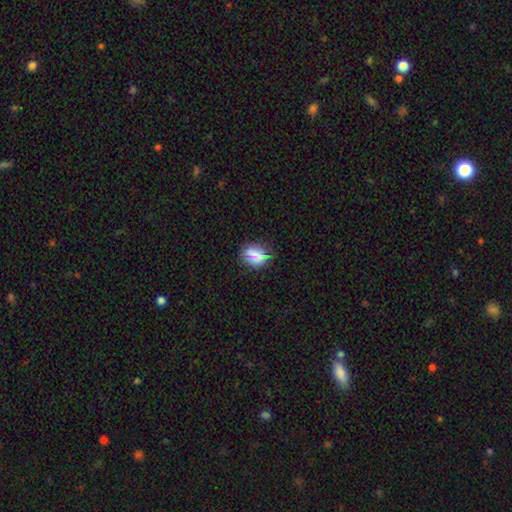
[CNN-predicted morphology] smooth 63%, featured or disk 24%, star or artifact 14%. Down the decision tree: how rounded — in between (49%); merging — none (64%).